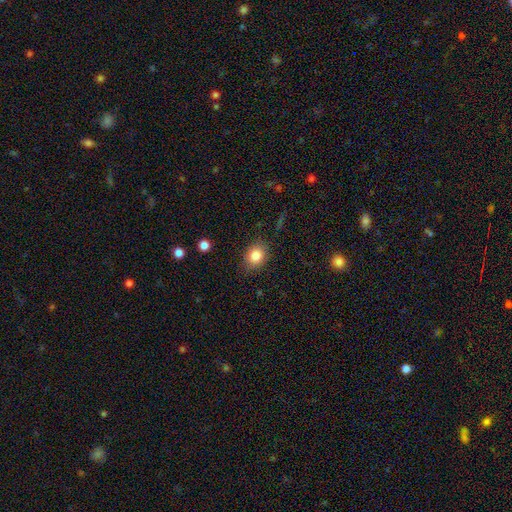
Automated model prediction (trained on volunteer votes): A smooth galaxy with no disk features (84%) that is round (50%). Merging: none (82%).